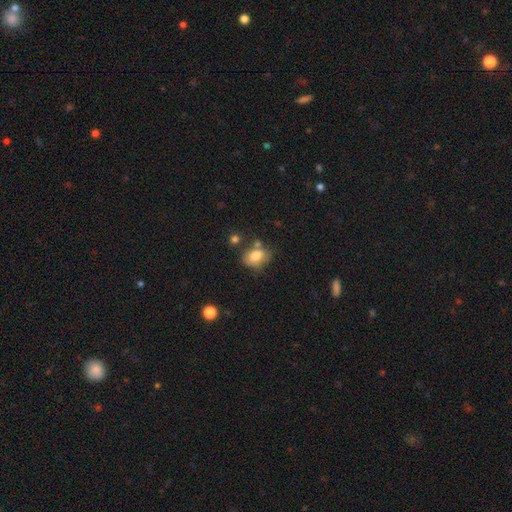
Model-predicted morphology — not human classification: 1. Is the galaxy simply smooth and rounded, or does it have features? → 77% smooth, 13% featured or disk, 10% star or artifact.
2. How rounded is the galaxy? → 71% in between, 28% round, 1% cigar-shaped.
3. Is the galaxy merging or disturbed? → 50% none, 25% minor disturbance, 16% merger, 9% major disturbance.